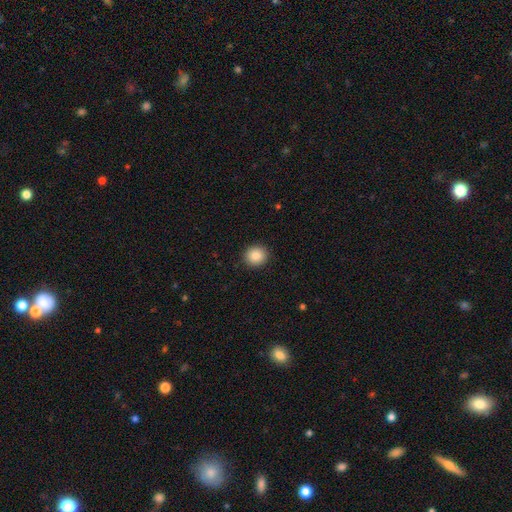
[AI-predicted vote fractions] A smooth galaxy with no disk features (87%) that is round (88%).

Vote fractions:
- Smooth or featured? smooth: 87% / star or artifact: 9% / featured or disk: 4%
- How rounded? round: 88% / in between: 11% / cigar-shaped: 1%
- Merging? none: 92% / minor disturbance: 6% / major disturbance: 2% / merger: 1%